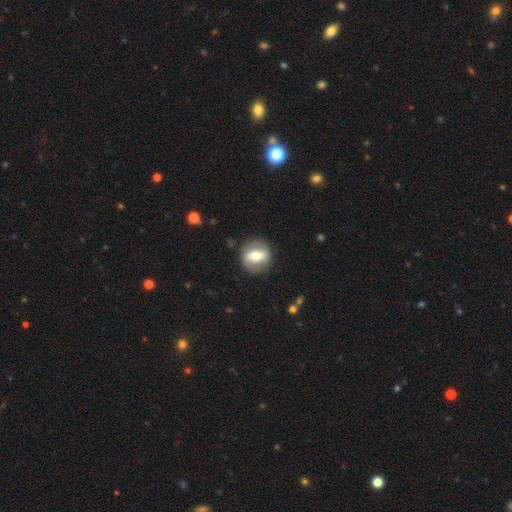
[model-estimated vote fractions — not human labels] Smooth or featured: featured or disk — 48% (smooth — 45%)
Merging: none — 84% (minor disturbance — 10%)